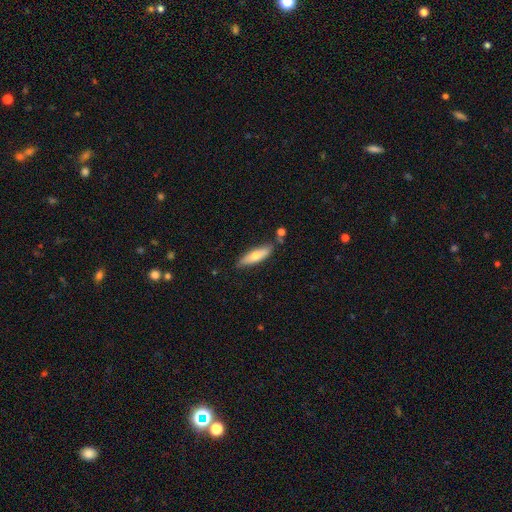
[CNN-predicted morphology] Q: Smooth or featured?
A: smooth (66%); runner-up: featured or disk (28%)
Q: How rounded?
A: cigar-shaped (60%); runner-up: in between (38%)
Q: Merging?
A: none (76%); runner-up: minor disturbance (15%)